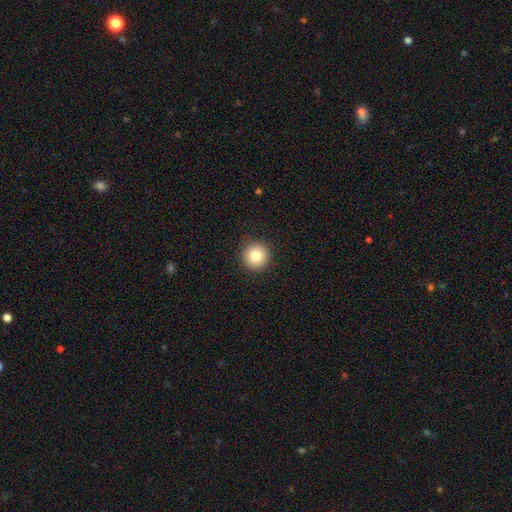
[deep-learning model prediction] Smooth or featured: smooth — 81% (star or artifact — 10%)
How rounded: round — 95% (in between — 4%)
Merging: none — 91% (minor disturbance — 6%)